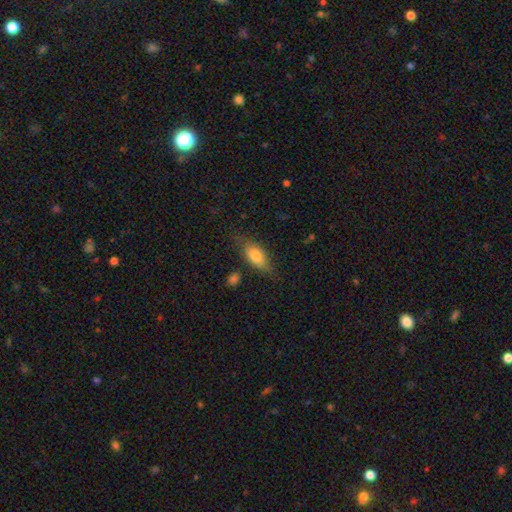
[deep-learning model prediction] smooth-or-featured: smooth: 69% | featured or disk: 24% | star or artifact: 8%
  how-rounded: in between: 79% | cigar-shaped: 17% | round: 5%
  merging: none: 68% | minor disturbance: 22% | major disturbance: 7% | merger: 3%